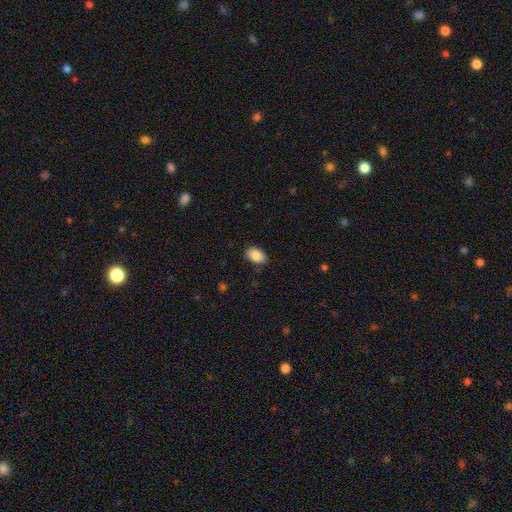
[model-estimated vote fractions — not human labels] This is clearly a smooth galaxy (87%). How rounded: clearly in between (90%). Merging: clearly none (84%).